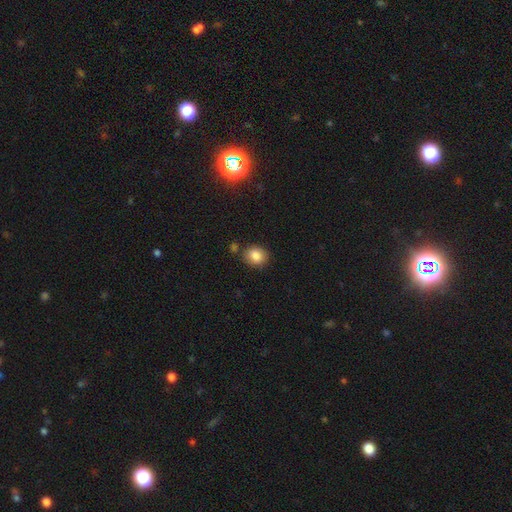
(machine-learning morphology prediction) smooth 84%, star or artifact 10%, featured or disk 6%. Down the decision tree: how rounded — round (61%); merging — none (78%).